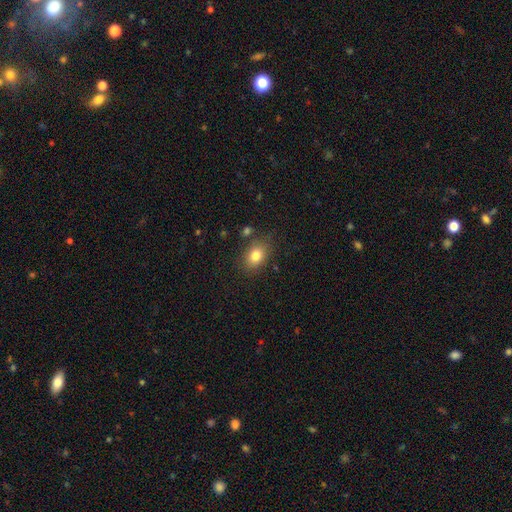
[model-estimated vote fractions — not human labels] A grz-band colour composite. It shows a smooth galaxy with no disk features (81%) that is in between round and cigar-shaped (73%). Merging: none (78%).